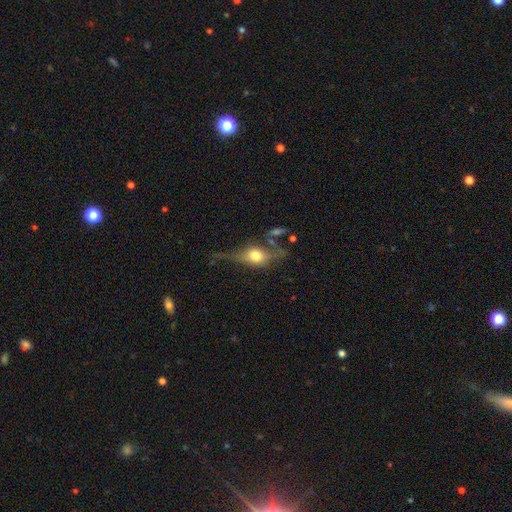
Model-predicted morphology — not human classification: smooth-or-featured: featured or disk: 49% | smooth: 42% | star or artifact: 9%
  merging: none: 42% | major disturbance: 27% | minor disturbance: 23% | merger: 8%